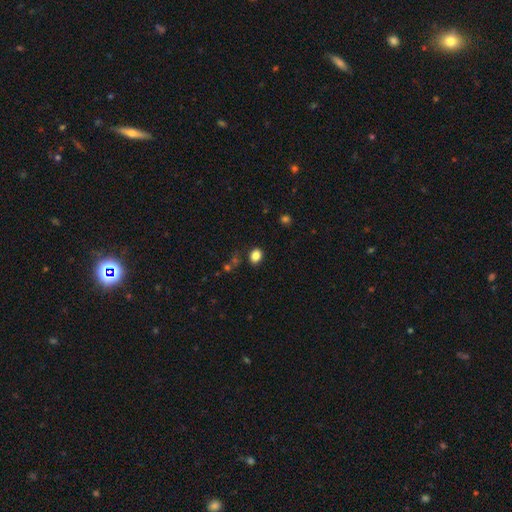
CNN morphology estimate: type=smooth (84%); roundness=in between (58%); merging=none (82%).